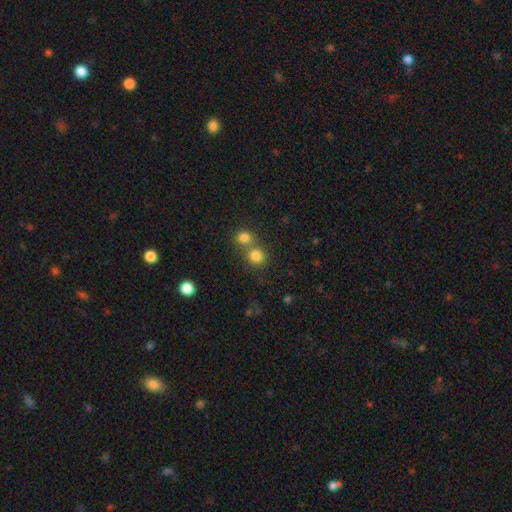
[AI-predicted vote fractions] This is clearly a smooth galaxy (81%). How rounded: clearly round (87%). Merging: possibly none (51%).